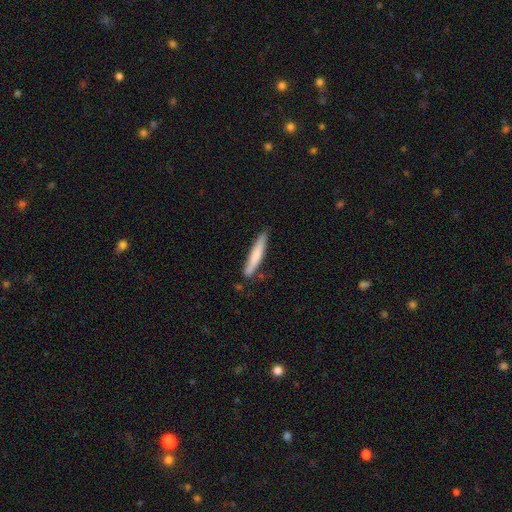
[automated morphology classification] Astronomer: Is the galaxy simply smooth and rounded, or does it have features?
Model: smooth — 72%.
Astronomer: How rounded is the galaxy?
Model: cigar-shaped — 94%.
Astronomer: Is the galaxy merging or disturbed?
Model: none — 82%.